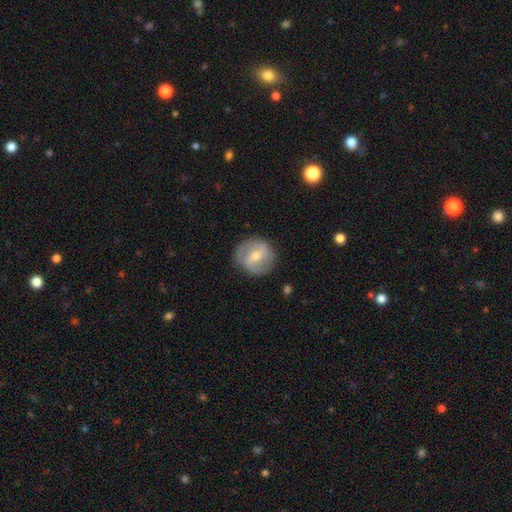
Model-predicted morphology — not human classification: featured or disk 58%, smooth 35%, star or artifact 7%. Down the decision tree: edge-on disk — no (96%); bar — weak (48%); spiral arms — yes (70%); bulge size — moderate (57%); merging — none (84%).